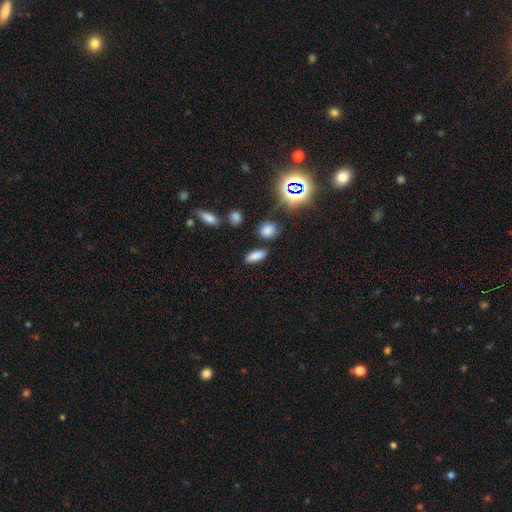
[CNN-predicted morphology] Q: Smooth or featured?
A: smooth (80%); runner-up: star or artifact (13%)
Q: How rounded?
A: in between (68%); runner-up: cigar-shaped (25%)
Q: Merging?
A: none (82%); runner-up: minor disturbance (10%)